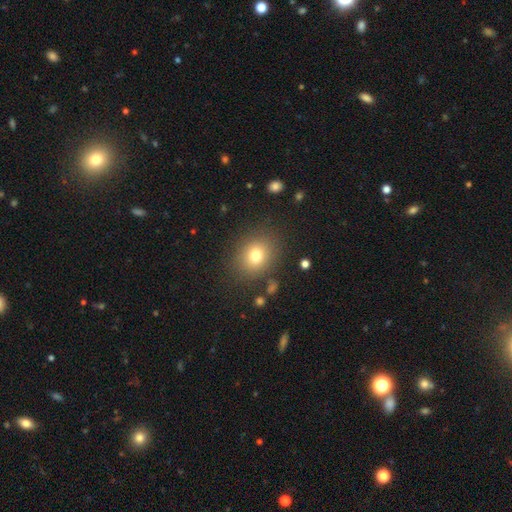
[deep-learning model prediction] This appears to be a smooth galaxy with no disk features (76%) that is round (60%). Merging: none (82%).